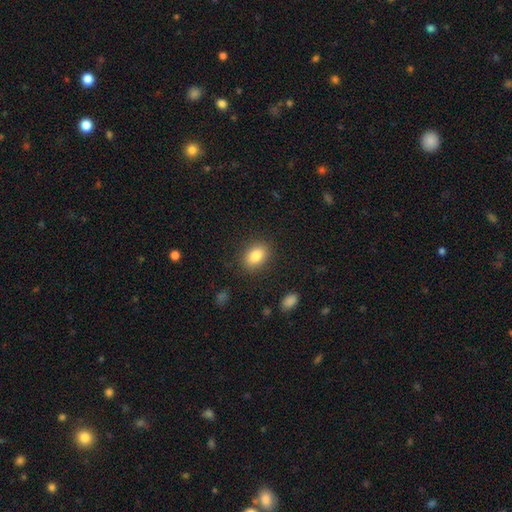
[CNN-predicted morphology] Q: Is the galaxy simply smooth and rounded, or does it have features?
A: smooth — 84%.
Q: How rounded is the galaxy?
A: in between — 78%.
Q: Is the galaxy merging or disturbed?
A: none — 86%.